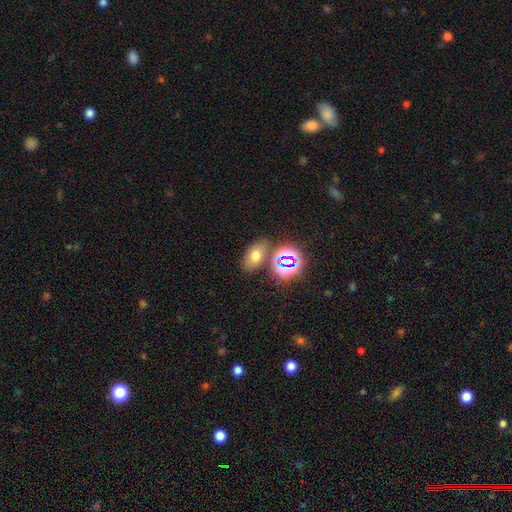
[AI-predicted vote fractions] smooth-or-featured: smooth: 62% | star or artifact: 25% | featured or disk: 13%
  how-rounded: in between: 82% | round: 16% | cigar-shaped: 2%
  merging: none: 71% | merger: 13% | minor disturbance: 12% | major disturbance: 4%